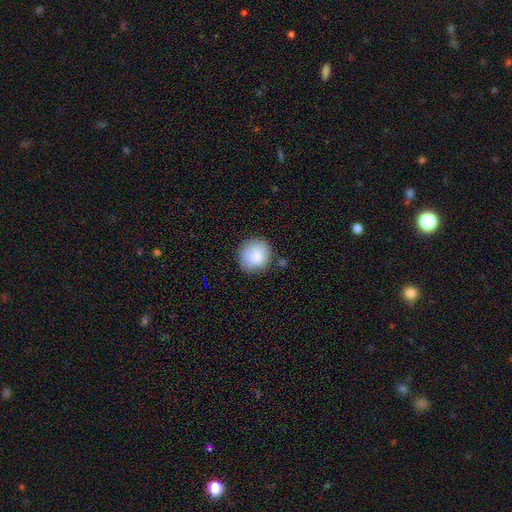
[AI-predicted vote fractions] smooth_or_featured: smooth (p=0.86) [alt: star or artifact p=0.08]
how_rounded: round (p=0.87) [alt: in between p=0.12]
merging: none (p=0.81) [alt: minor disturbance p=0.13]